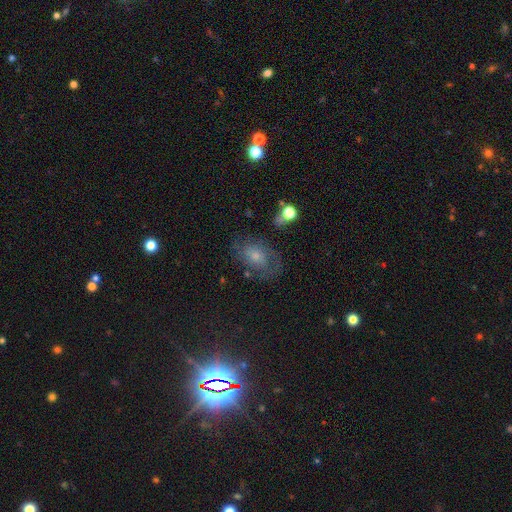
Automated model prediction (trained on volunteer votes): Smooth or featured? Predicted: featured or disk (p=0.51). Edge-on disk? Predicted: no (p=0.95). Merging? Predicted: none (p=0.61).